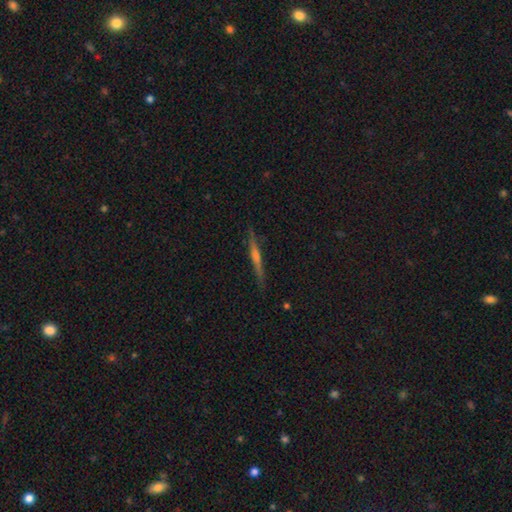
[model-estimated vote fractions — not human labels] This appears to be a featured or disk galaxy (67%) viewed edge-on (95%) with a rounded central bulge (74%). Merging: none (88%).